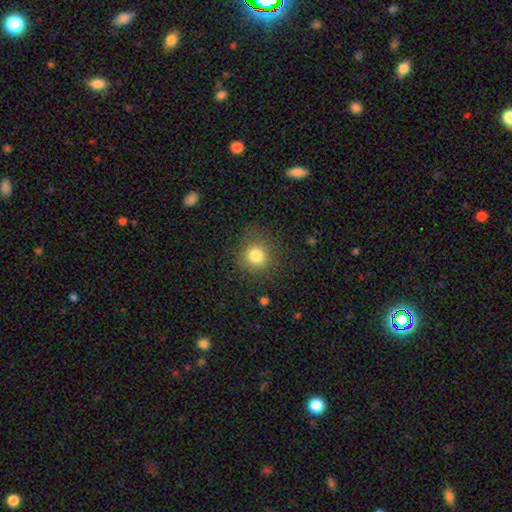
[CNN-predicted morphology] Smooth or featured: smooth — 81% (star or artifact — 13%)
How rounded: round — 89% (in between — 10%)
Merging: none — 81% (minor disturbance — 12%)